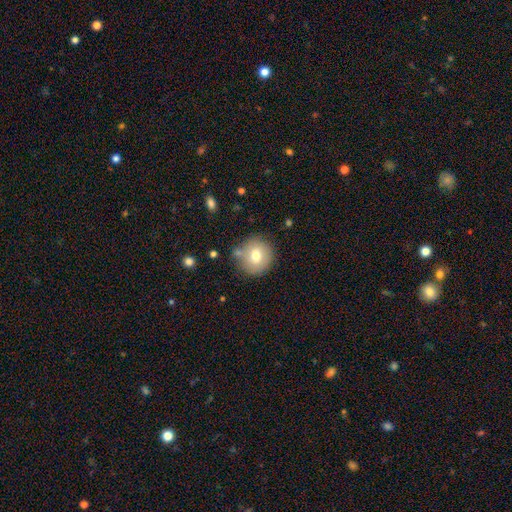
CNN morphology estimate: Smooth or featured: smooth — 71% (featured or disk — 20%)
How rounded: round — 90% (in between — 9%)
Merging: none — 72% (minor disturbance — 16%)